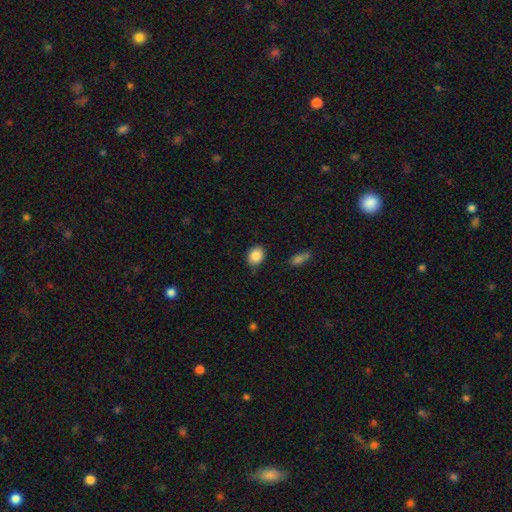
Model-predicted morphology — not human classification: Smooth or featured? smooth (86%)
How rounded? in between (55%)
Merging? none (77%)